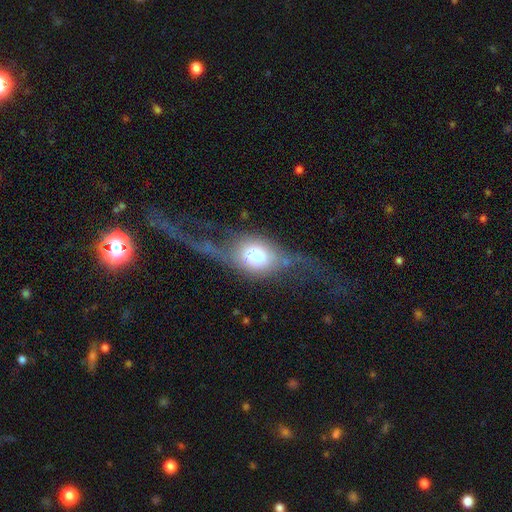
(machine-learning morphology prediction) This appears to be a featured or disk galaxy (50%) viewed edge-on (52%). Merging: major disturbance (40%).